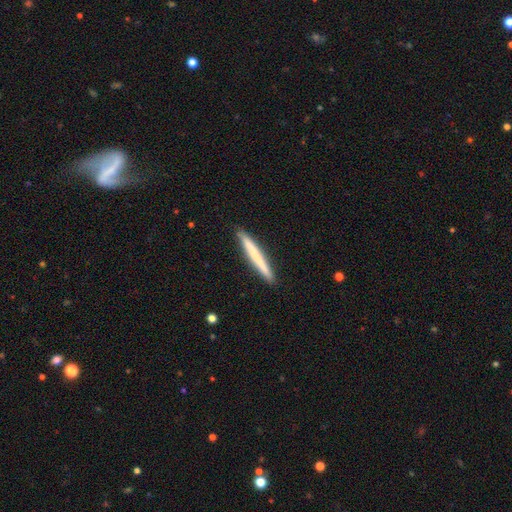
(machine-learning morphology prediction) smooth 62%, featured or disk 32%, star or artifact 5%. Down the decision tree: how rounded — cigar-shaped (97%); merging — none (91%).